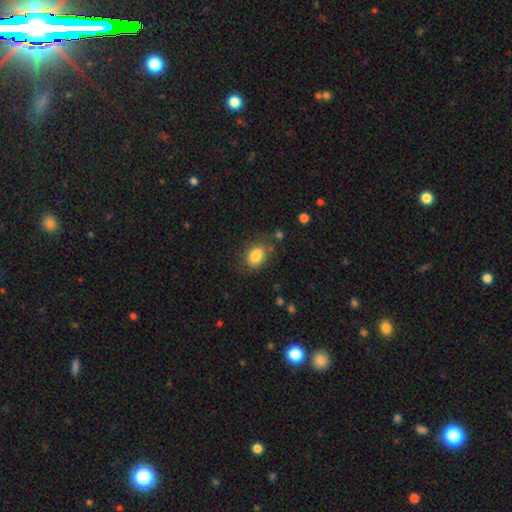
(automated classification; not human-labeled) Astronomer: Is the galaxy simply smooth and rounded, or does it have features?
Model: smooth — 84%.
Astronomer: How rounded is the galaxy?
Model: in between — 63%.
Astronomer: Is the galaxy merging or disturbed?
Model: none — 76%.